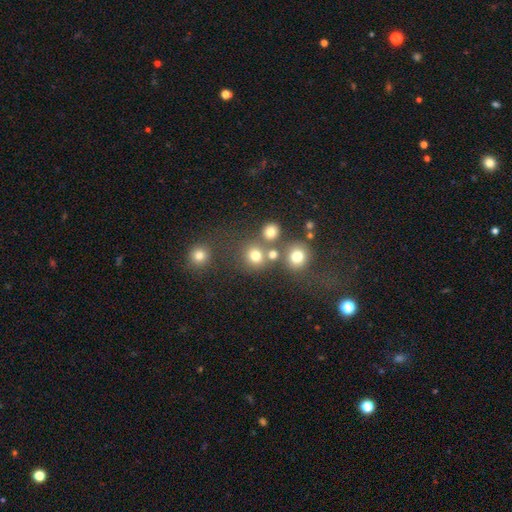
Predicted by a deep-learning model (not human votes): Q: Smooth or featured?
A: smooth (75%); runner-up: star or artifact (17%)
Q: How rounded?
A: round (88%); runner-up: in between (11%)
Q: Merging?
A: none (65%); runner-up: merger (21%)